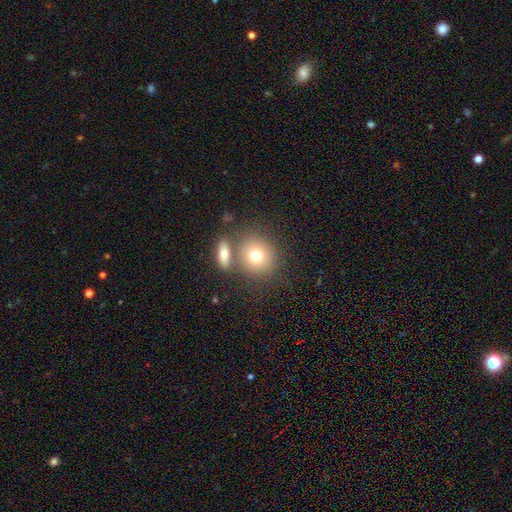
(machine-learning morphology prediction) type=smooth (75%); roundness=round (83%); merging=none (64%).